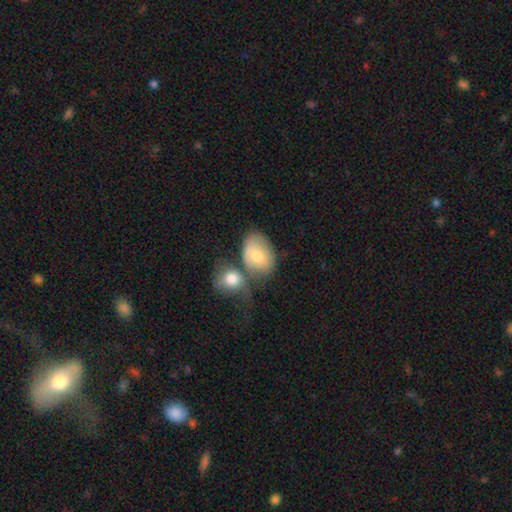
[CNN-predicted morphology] Q: Smooth or featured?
A: smooth (70%); runner-up: featured or disk (23%)
Q: How rounded?
A: in between (71%); runner-up: round (27%)
Q: Merging?
A: merger (43%); runner-up: none (30%)